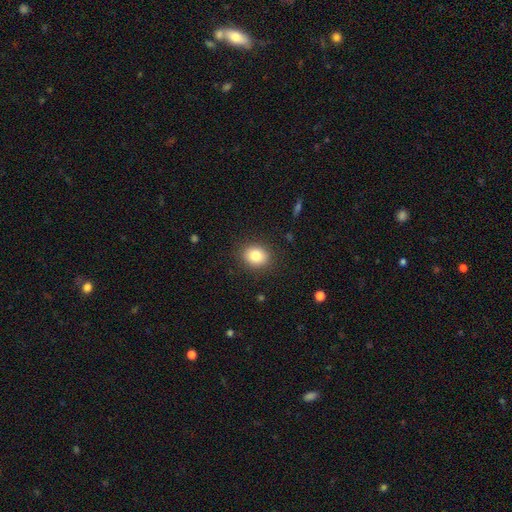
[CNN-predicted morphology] Smooth or featured? smooth (82%)
How rounded? round (56%)
Merging? none (88%)